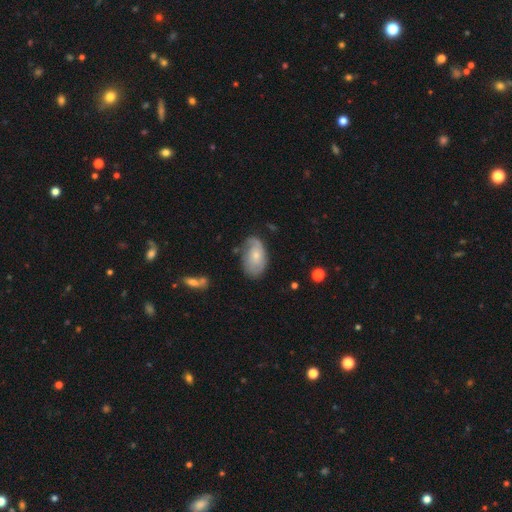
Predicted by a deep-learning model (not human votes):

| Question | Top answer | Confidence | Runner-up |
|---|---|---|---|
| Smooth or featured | featured or disk | 56% | smooth (38%) |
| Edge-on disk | no | 95% | yes (5%) |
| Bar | no | 75% | weak (22%) |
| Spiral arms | yes | 81% | no (19%) |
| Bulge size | small | 64% | moderate (30%) |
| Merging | none | 61% | minor disturbance (27%) |